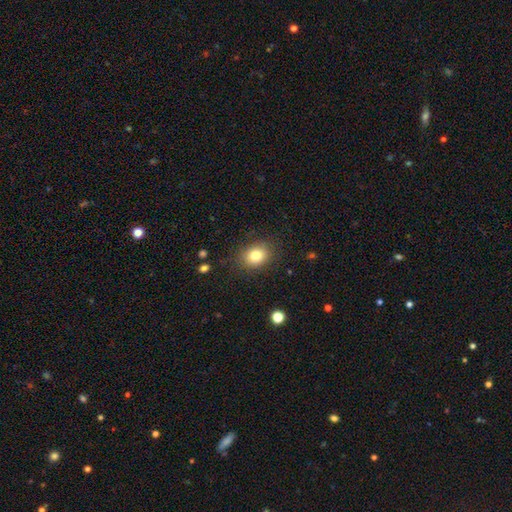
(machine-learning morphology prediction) A smooth galaxy with no disk features (81%) that is in between round and cigar-shaped (51%). Merging: none (84%).